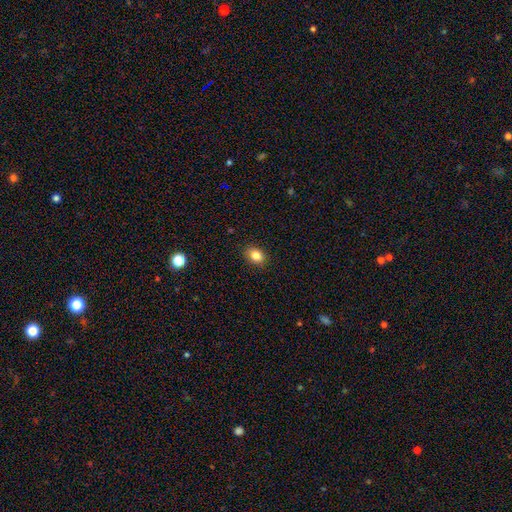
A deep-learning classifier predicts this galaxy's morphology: smooth 84%, star or artifact 10%, featured or disk 7%. Down the decision tree: how rounded — in between (68%); merging — none (89%).